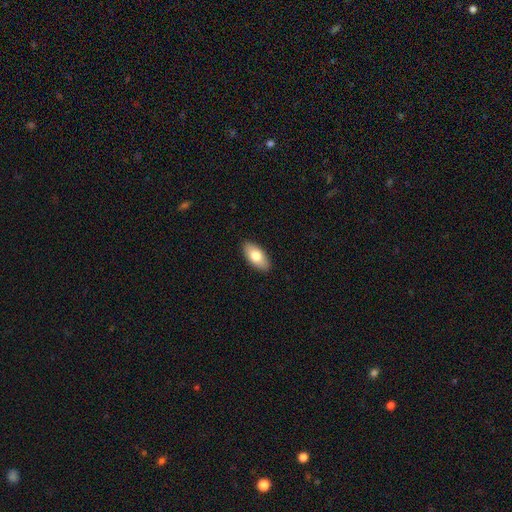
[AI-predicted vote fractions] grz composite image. It shows a smooth galaxy with no disk features (77%) that is in between round and cigar-shaped (92%). Merging: none (90%).